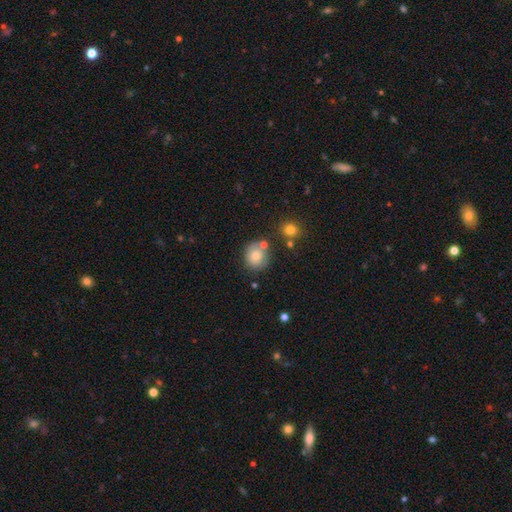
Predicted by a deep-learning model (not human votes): A smooth galaxy with no disk features (77%) that is round (81%).

Vote fractions:
- Smooth or featured? smooth: 77% / featured or disk: 14% / star or artifact: 10%
- How rounded? round: 81% / in between: 18% / cigar-shaped: 1%
- Merging? none: 69% / minor disturbance: 14% / merger: 13% / major disturbance: 4%